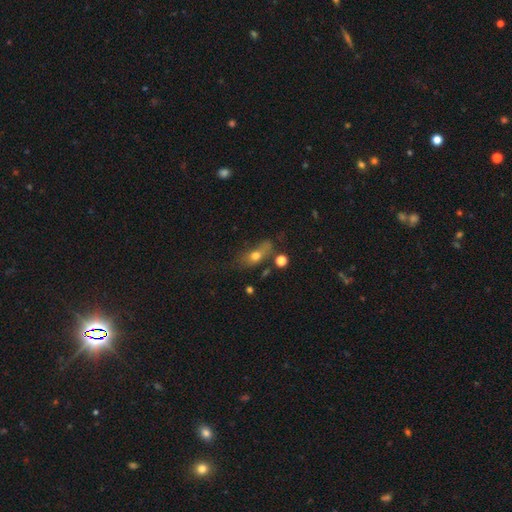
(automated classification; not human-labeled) A smooth galaxy with no disk features (65%) that is in between round and cigar-shaped (65%). Merging: none (39%).